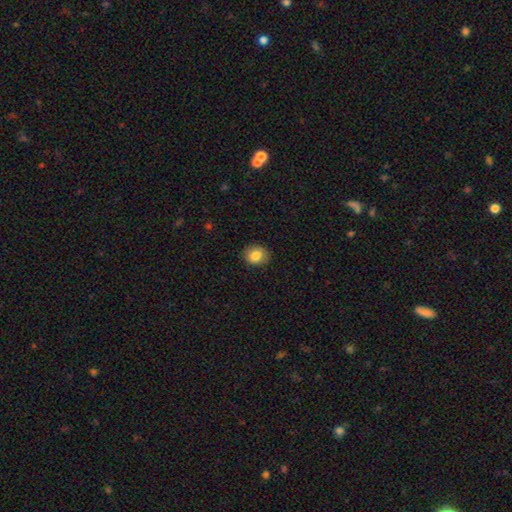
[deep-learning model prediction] Smooth or featured: smooth — 84% (star or artifact — 9%)
How rounded: round — 70% (in between — 29%)
Merging: none — 88% (minor disturbance — 9%)